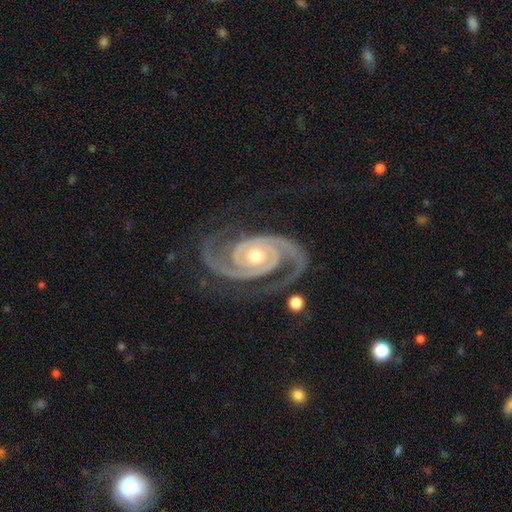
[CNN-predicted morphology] This is clearly a featured or disk galaxy (94%). It is clearly not viewed edge-on (98%). Bar: likely no (71%). Spiral arm pattern: clearly yes (99%). Spiral arm count: clearly 2 (91%). Spiral winding: likely tight (63%). Central bulge: likely moderate (68%). Merging: likely none (77%).